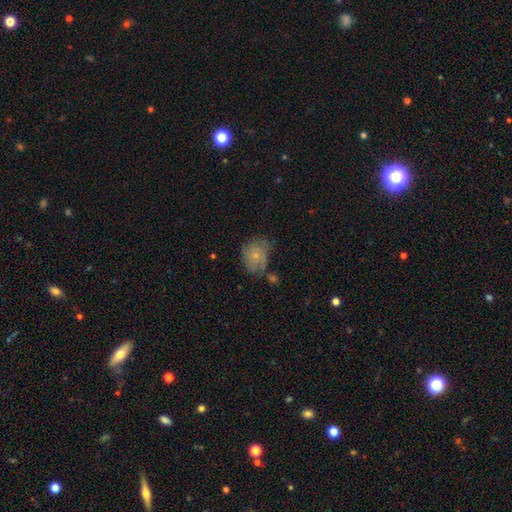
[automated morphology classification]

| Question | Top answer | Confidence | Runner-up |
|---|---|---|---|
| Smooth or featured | smooth | 61% | featured or disk (30%) |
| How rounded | round | 57% | in between (42%) |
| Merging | none | 48% | minor disturbance (30%) |